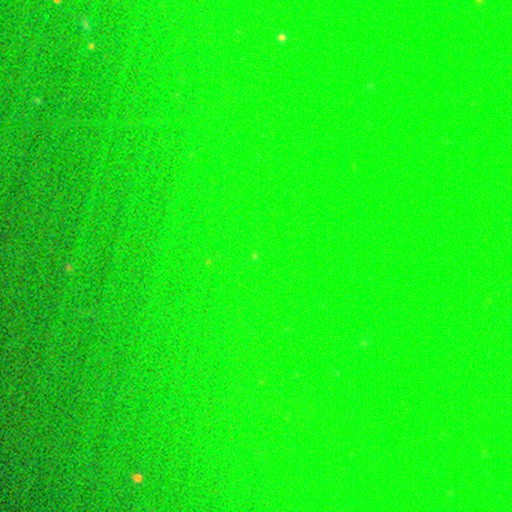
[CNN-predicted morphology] The model was most divided on "smooth or featured": star or artifact: 78%, smooth: 14%, featured or disk: 9%.